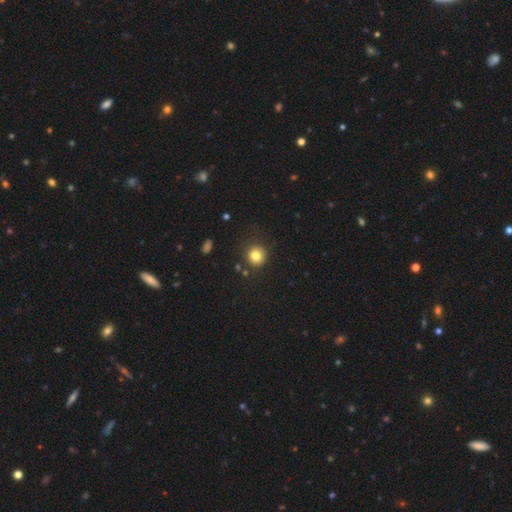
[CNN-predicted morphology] smooth_or_featured: smooth (p=0.81) [alt: star or artifact p=0.12]
how_rounded: round (p=0.89) [alt: in between p=0.10]
merging: none (p=0.84) [alt: minor disturbance p=0.10]